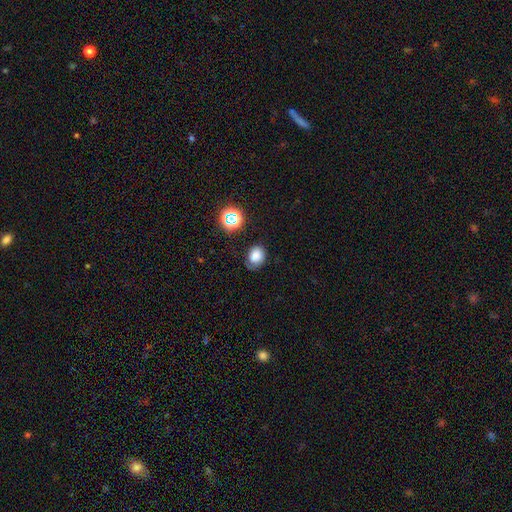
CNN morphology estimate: type=smooth (77%); roundness=in between (56%); merging=none (63%).